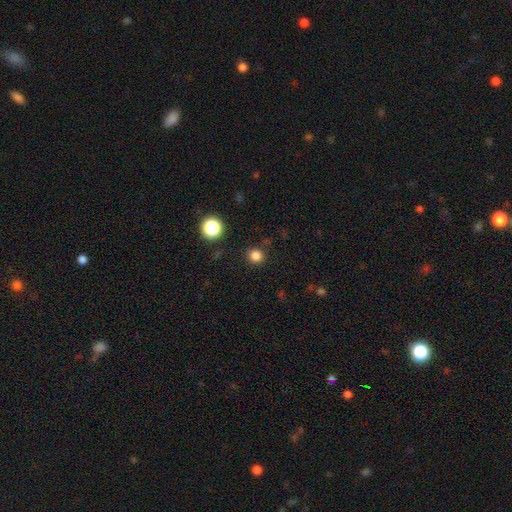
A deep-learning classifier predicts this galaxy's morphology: smooth_or_featured: smooth (p=0.82) [alt: star or artifact p=0.14]
how_rounded: round (p=0.93) [alt: in between p=0.06]
merging: none (p=0.90) [alt: minor disturbance p=0.06]